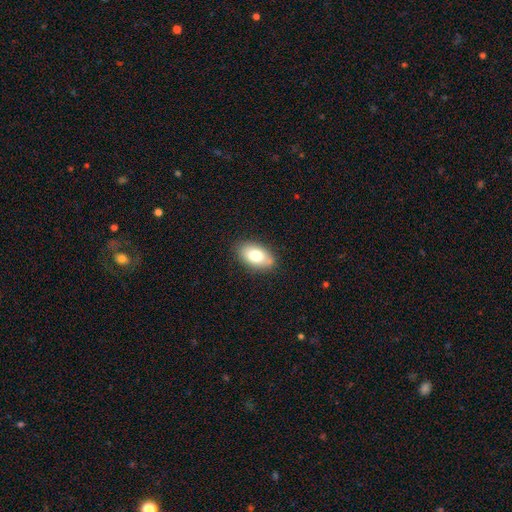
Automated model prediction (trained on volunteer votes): Smooth or featured? Predicted: smooth (p=0.76). How rounded? Predicted: in between (p=0.92). Merging? Predicted: none (p=0.82).